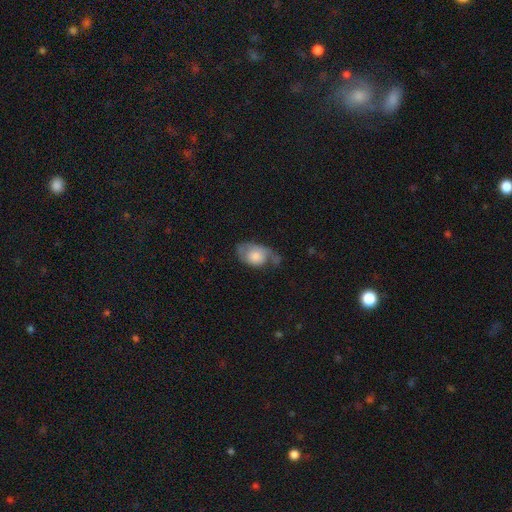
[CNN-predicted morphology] Smooth or featured?
  - smooth: 58% *
  - featured or disk: 36%
  - star or artifact: 7%
How rounded?
  - in between: 85% *
  - round: 13%
  - cigar-shaped: 2%
Merging?
  - minor disturbance: 34% *
  - none: 32%
  - major disturbance: 29%
  - merger: 5%